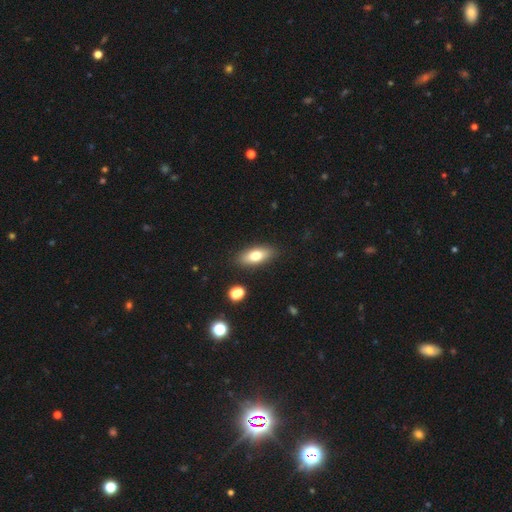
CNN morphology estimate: type=smooth (73%); roundness=in between (80%); merging=none (87%).